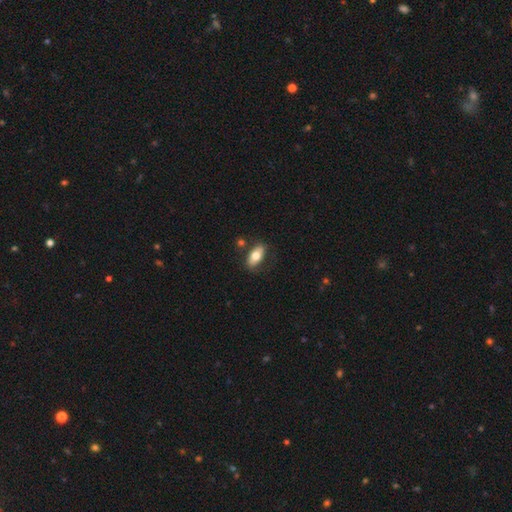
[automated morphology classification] Smooth or featured? Predicted: smooth (p=0.68). How rounded? Predicted: in between (p=0.87). Merging? Predicted: none (p=0.73).